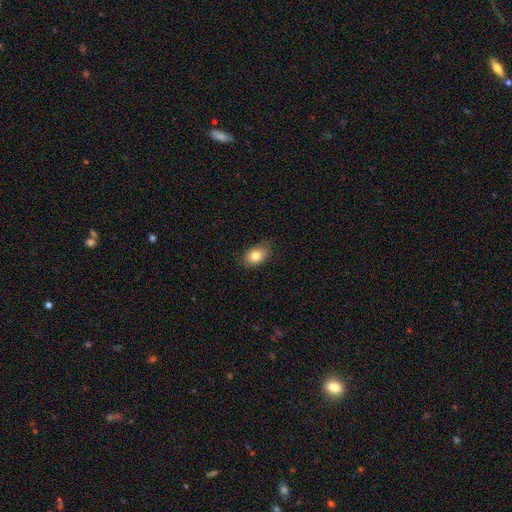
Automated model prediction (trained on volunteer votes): A smooth galaxy with no disk features (81%) that is in between round and cigar-shaped (81%).

Vote fractions:
- Smooth or featured? smooth: 81% / featured or disk: 10% / star or artifact: 9%
- How rounded? in between: 81% / round: 17% / cigar-shaped: 1%
- Merging? none: 79% / minor disturbance: 17% / major disturbance: 3% / merger: 1%